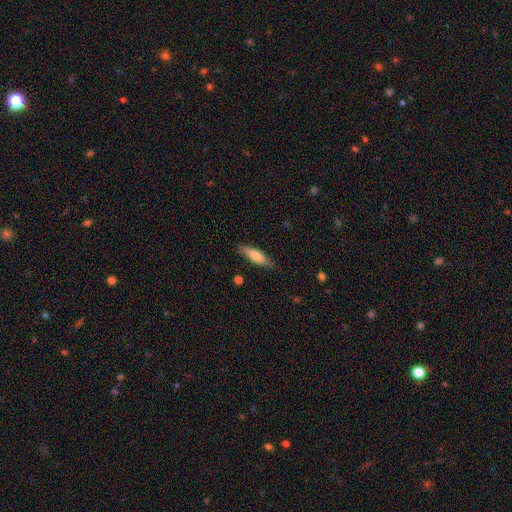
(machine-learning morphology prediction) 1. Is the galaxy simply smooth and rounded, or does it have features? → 75% smooth, 19% featured or disk, 6% star or artifact.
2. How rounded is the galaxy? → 59% cigar-shaped, 39% in between, 2% round.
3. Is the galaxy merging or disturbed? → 83% none, 13% minor disturbance, 2% major disturbance, 1% merger.